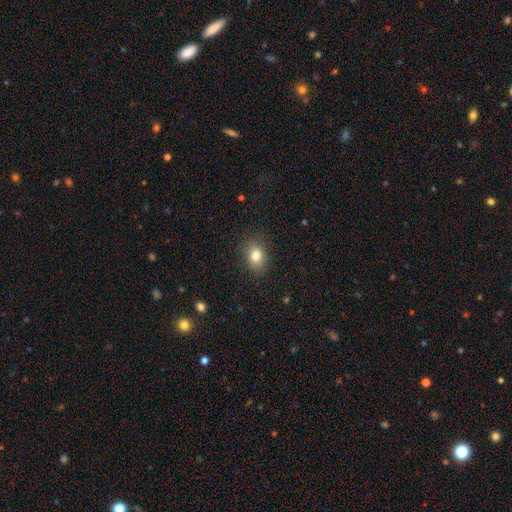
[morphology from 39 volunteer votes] smooth-or-featured: smooth: 92% | featured or disk: 5% | star or artifact: 3%
  how-rounded: in between: 72% | round: 28% | cigar-shaped: 0%
  merging: none: 89% | minor disturbance: 8% | merger: 3% | major disturbance: 0%